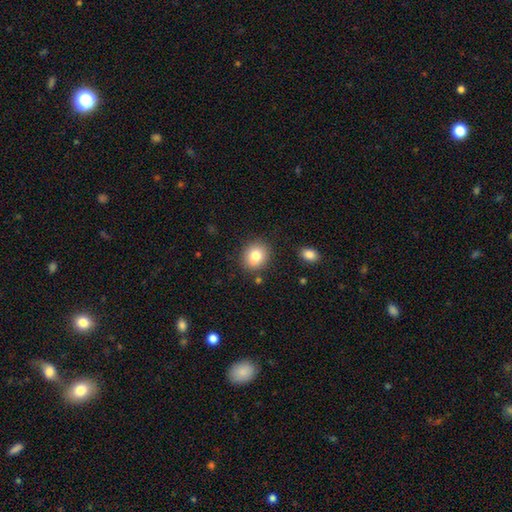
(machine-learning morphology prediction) Overall: smooth (80%). How rounded: round (68%; in between 31%). Merging: none (83%).